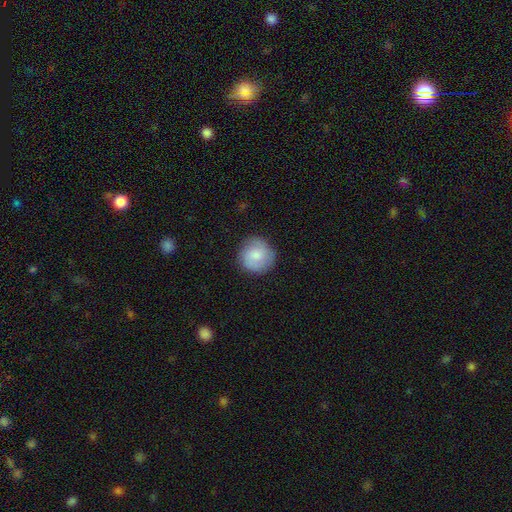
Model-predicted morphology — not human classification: A smooth galaxy with no disk features (75%) that is round (93%).

Vote fractions:
- Smooth or featured? smooth: 75% / featured or disk: 19% / star or artifact: 7%
- How rounded? round: 93% / in between: 6% / cigar-shaped: 1%
- Merging? none: 83% / minor disturbance: 13% / major disturbance: 3% / merger: 1%